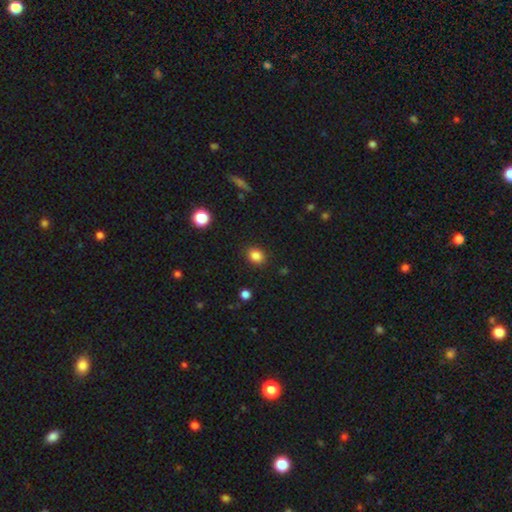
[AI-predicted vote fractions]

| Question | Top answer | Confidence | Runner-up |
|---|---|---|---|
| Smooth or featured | smooth | 85% | star or artifact (11%) |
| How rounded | round | 61% | in between (38%) |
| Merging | none | 87% | minor disturbance (9%) |